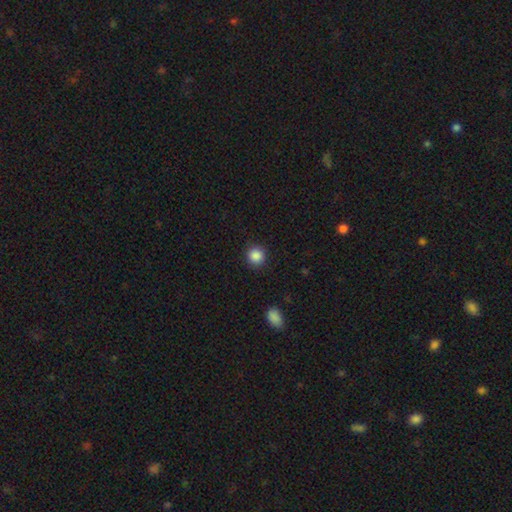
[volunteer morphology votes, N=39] type=smooth (90%); roundness=round (86%); merging=none (89%).